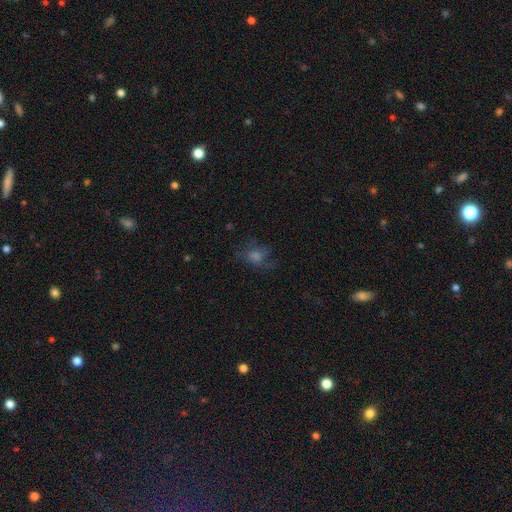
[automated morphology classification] The model was most divided on "smooth or featured" (2-way tie): featured or disk: 37%, smooth: 37%, star or artifact: 26%. More confident: merging — none (62%).